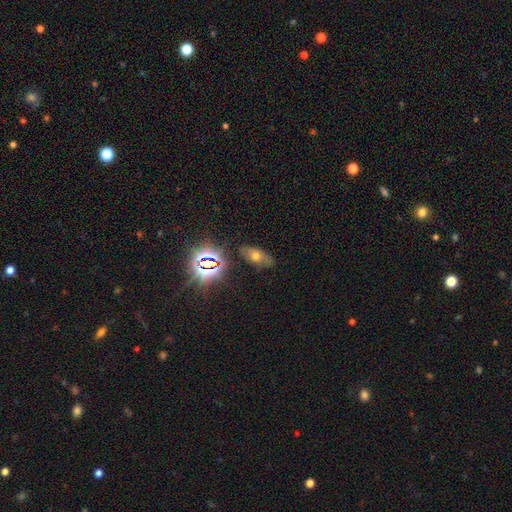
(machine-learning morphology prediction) smooth_or_featured: smooth (p=0.50) [alt: featured or disk p=0.25]
merging: none (p=0.77) [alt: minor disturbance p=0.16]